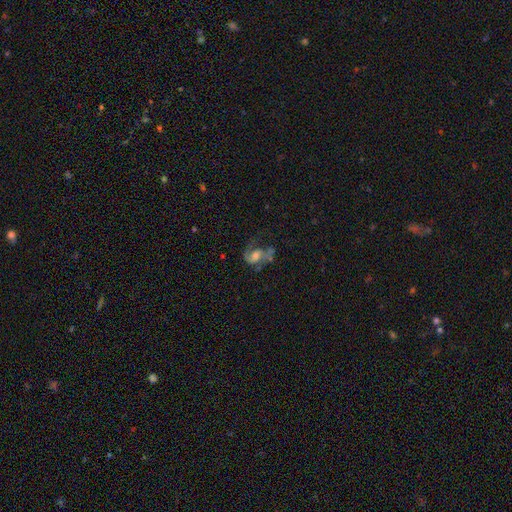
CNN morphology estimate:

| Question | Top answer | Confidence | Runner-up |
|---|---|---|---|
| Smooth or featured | featured or disk | 71% | smooth (19%) |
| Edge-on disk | no | 97% | yes (3%) |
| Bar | no | 53% | weak (36%) |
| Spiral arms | yes | 84% | no (16%) |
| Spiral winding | medium | 44% | loose (41%) |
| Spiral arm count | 2 | 63% | 1 (27%) |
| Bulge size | moderate | 43% | large (22%) |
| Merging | none | 36% | tied: major disturbance (36%) |